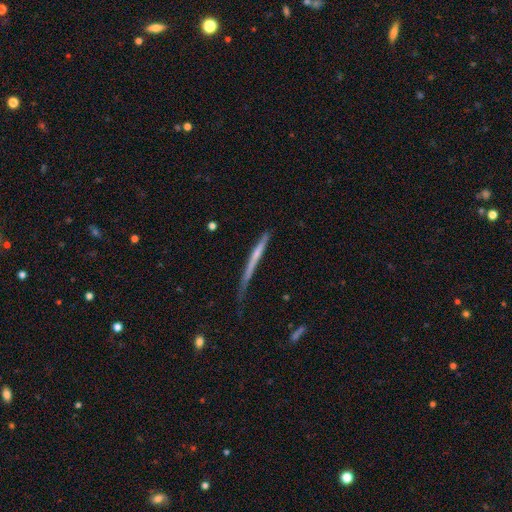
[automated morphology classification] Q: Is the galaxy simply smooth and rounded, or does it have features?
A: featured or disk — 54%.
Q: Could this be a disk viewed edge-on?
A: yes — 94%.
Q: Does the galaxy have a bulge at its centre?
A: none — 71%.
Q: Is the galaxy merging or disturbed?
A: none — 56%.